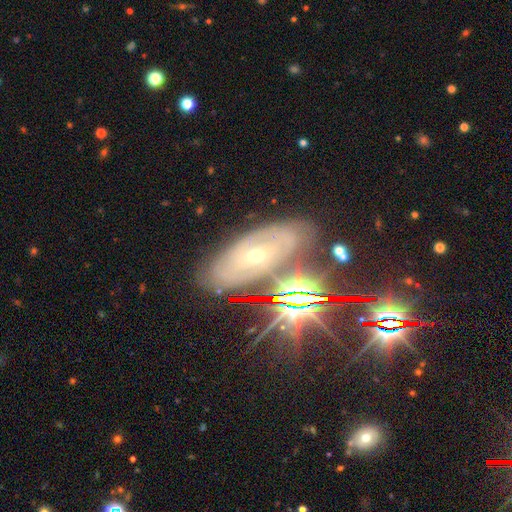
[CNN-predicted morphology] Smooth or featured: featured or disk — 62% (star or artifact — 25%)
Edge-on disk: no — 85% (yes — 15%)
Bar: no — 51% (weak — 31%)
Spiral arms: yes — 77% (no — 23%)
Bulge size: small — 60% (moderate — 37%)
Merging: none — 78% (minor disturbance — 14%)